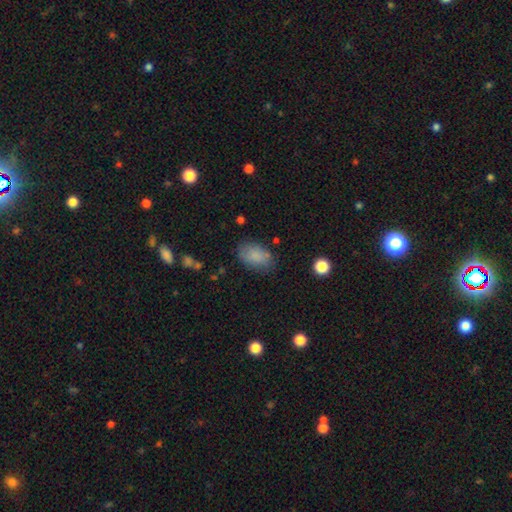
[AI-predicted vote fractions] smooth 83%, featured or disk 9%, star or artifact 9%. Down the decision tree: how rounded — in between (89%); merging — none (75%).